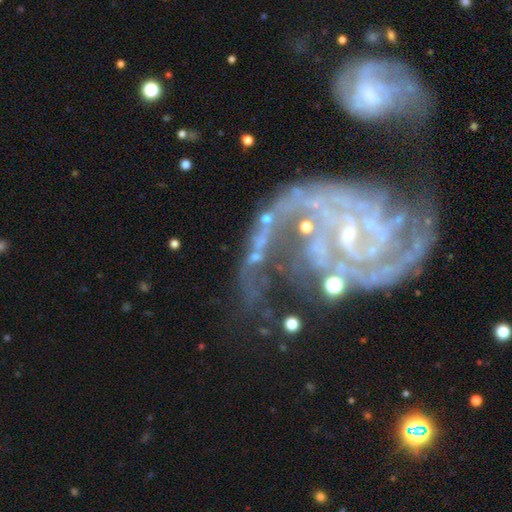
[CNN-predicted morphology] The model was most divided on "merging": none: 37%, major disturbance: 34%, minor disturbance: 16%, merger: 13%. Remaining: edge-on disk — no (96%); spiral arms — yes (78%); smooth or featured — featured or disk (73%); bar — no (52%); bulge size — small (48%); spiral arm count — 2 (38%); spiral winding — medium (37%).